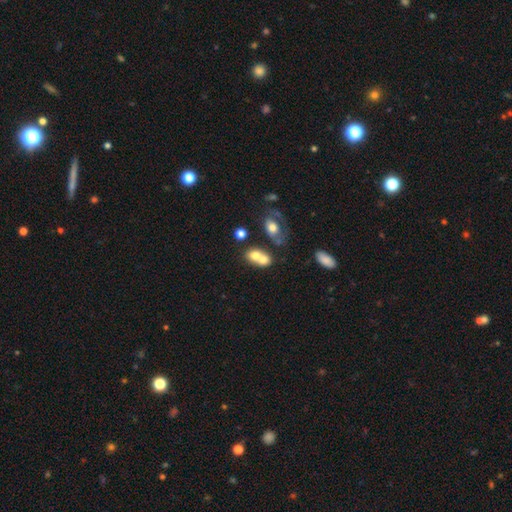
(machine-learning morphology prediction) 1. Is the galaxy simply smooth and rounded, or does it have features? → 67% smooth, 22% featured or disk, 11% star or artifact.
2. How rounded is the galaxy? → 56% in between, 43% round, 2% cigar-shaped.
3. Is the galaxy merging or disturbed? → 67% merger, 21% none, 7% minor disturbance, 5% major disturbance.